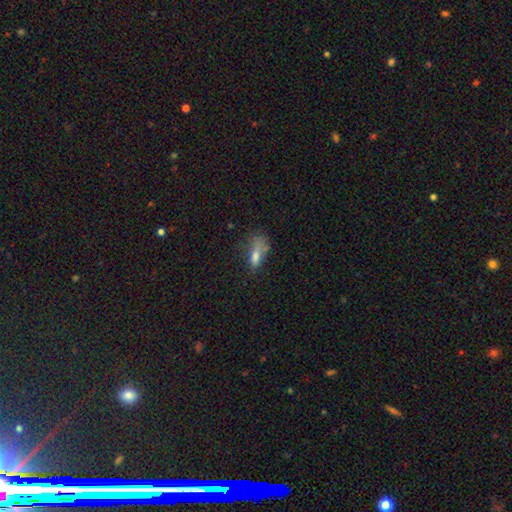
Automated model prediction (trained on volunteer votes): The model was most divided on "merging": major disturbance: 36%, none: 30%, minor disturbance: 25%, merger: 9%. More confident: how rounded — in between (67%); smooth or featured — smooth (65%).